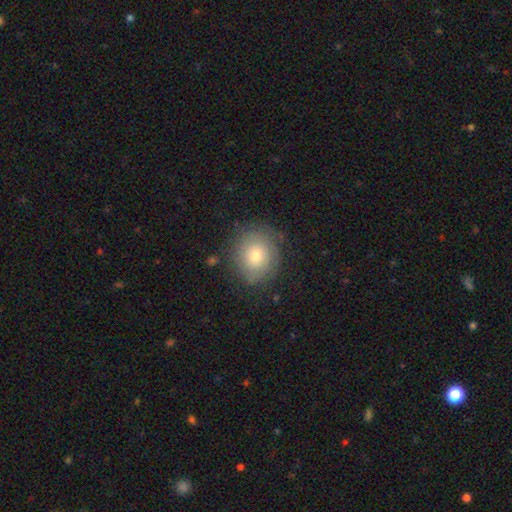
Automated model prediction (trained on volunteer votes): Morphology: type=smooth (63%); roundness=round (73%); merging=none (78%).